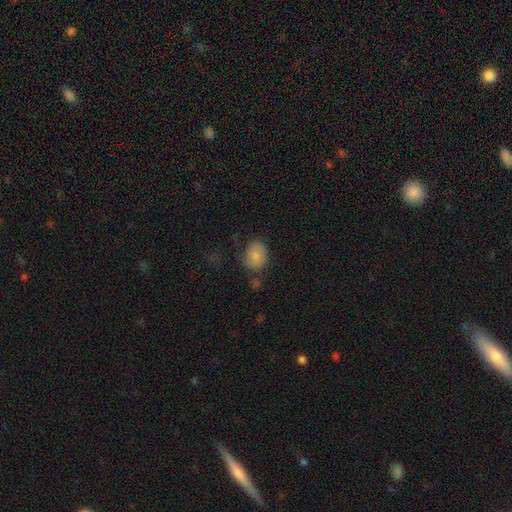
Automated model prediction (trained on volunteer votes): smooth-or-featured: smooth: 83% | star or artifact: 9% | featured or disk: 9%
  how-rounded: in between: 54% | round: 45% | cigar-shaped: 1%
  merging: none: 68% | minor disturbance: 20% | major disturbance: 7% | merger: 6%